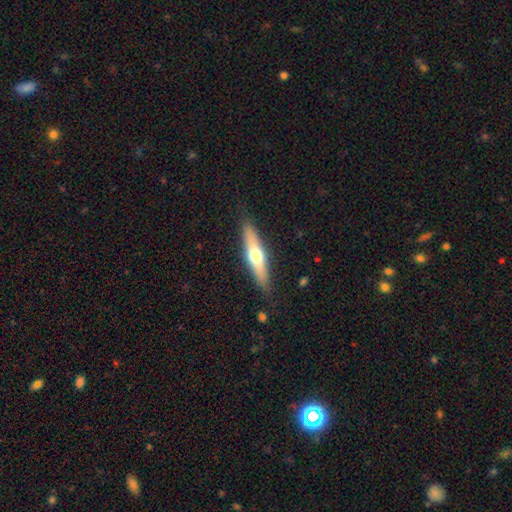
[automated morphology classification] Smooth or featured: featured or disk — 49% (smooth — 46%)
Merging: none — 86% (minor disturbance — 11%)